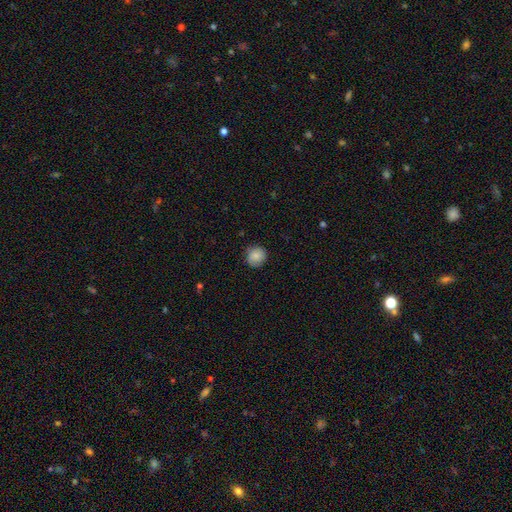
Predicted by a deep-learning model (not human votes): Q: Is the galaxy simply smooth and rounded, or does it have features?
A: smooth — 84%.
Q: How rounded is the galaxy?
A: round — 90%.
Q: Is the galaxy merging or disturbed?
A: none — 83%.